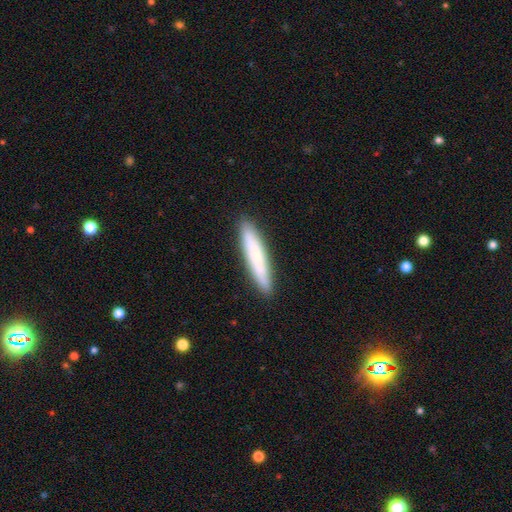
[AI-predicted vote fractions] Q: Smooth or featured?
A: smooth (70%); runner-up: featured or disk (24%)
Q: How rounded?
A: cigar-shaped (91%); runner-up: in between (8%)
Q: Merging?
A: none (90%); runner-up: minor disturbance (7%)